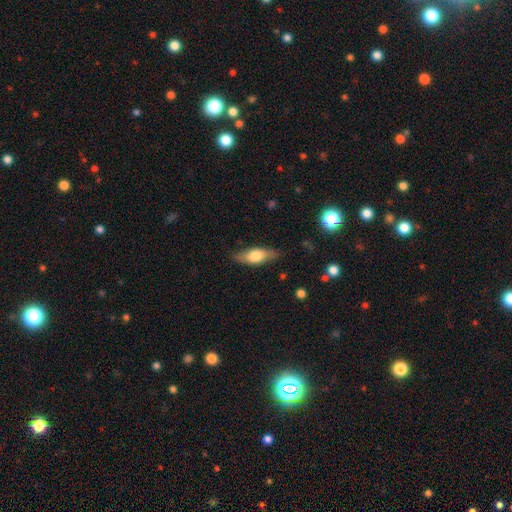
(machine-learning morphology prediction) type=smooth (64%); roundness=in between (67%); merging=none (80%).